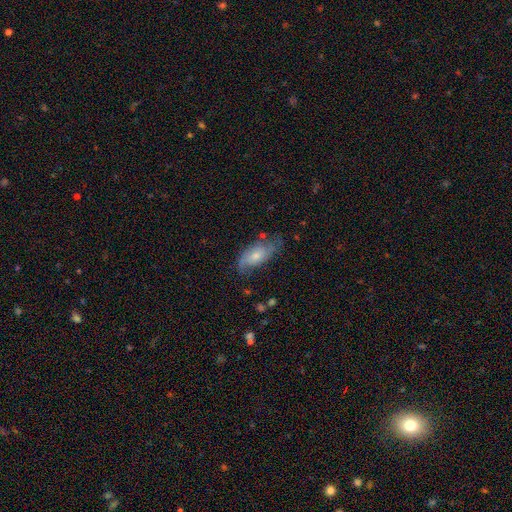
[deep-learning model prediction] This appears to be a featured or disk galaxy (50%). Merging: none (58%).